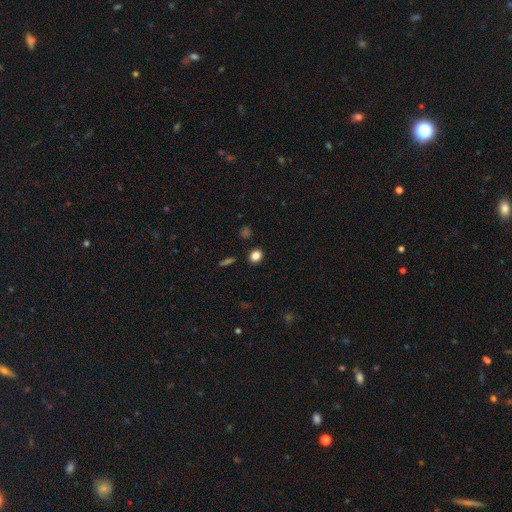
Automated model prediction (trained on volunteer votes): This is clearly a smooth galaxy (84%). How rounded: likely round (68%). Merging: clearly none (90%).